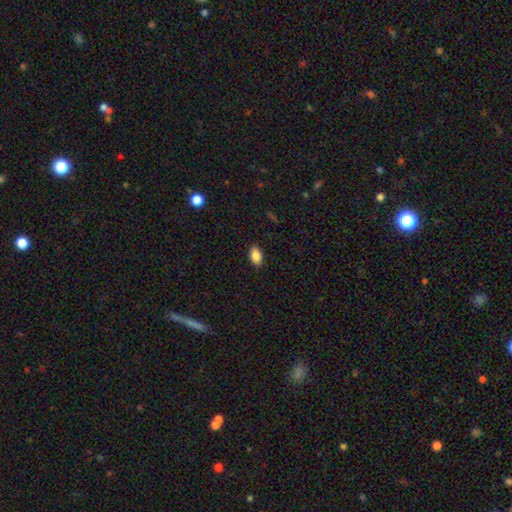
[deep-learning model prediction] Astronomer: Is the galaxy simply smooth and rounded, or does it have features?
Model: smooth — 87%.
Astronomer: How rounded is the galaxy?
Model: in between — 91%.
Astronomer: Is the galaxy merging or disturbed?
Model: none — 88%.